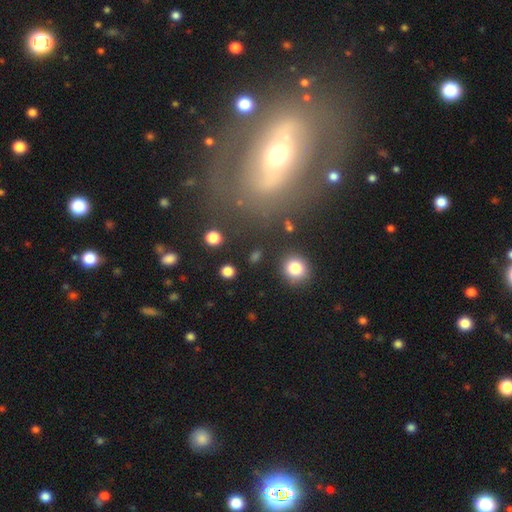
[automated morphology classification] The model was most divided on "how rounded": round: 77%, in between: 21%, cigar-shaped: 3%. More confident: merging — none (85%); smooth or featured — smooth (74%).